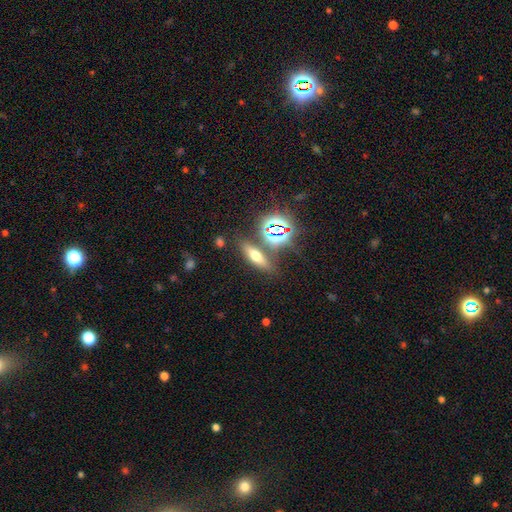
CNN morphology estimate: Smooth or featured: smooth — 51% (star or artifact — 26%)
How rounded: cigar-shaped — 48% (in between — 40%)
Merging: none — 78% (minor disturbance — 9%)